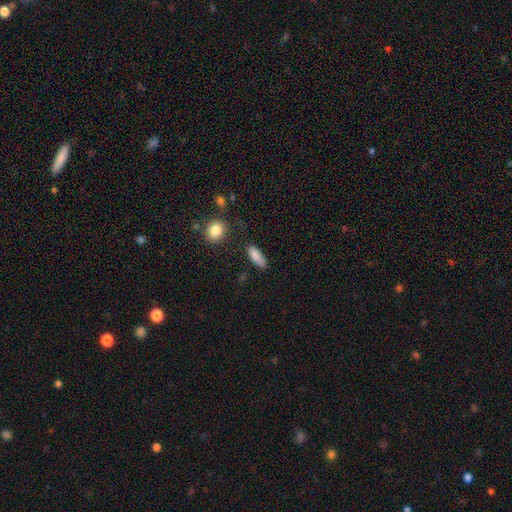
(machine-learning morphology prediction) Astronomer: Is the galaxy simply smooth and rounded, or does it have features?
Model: smooth — 84%.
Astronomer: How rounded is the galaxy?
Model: in between — 63%.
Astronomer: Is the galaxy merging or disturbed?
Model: none — 69%.